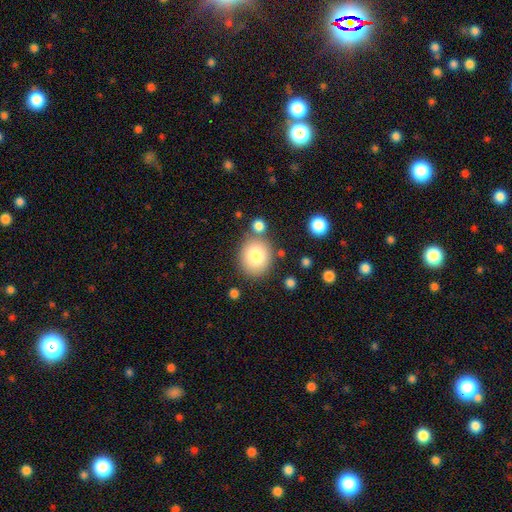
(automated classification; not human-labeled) Smooth or featured?
  - smooth: 79% *
  - featured or disk: 11%
  - star or artifact: 9%
How rounded?
  - round: 70% *
  - in between: 29%
  - cigar-shaped: 1%
Merging?
  - none: 75% *
  - minor disturbance: 12%
  - merger: 10%
  - major disturbance: 4%